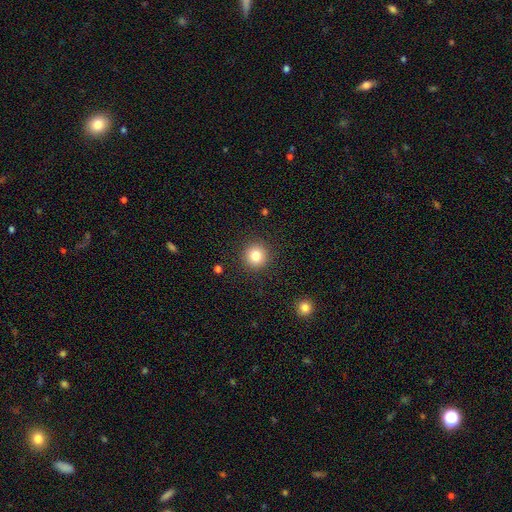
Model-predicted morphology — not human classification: Q: Smooth or featured?
A: smooth (82%); runner-up: star or artifact (11%)
Q: How rounded?
A: round (94%); runner-up: in between (5%)
Q: Merging?
A: none (91%); runner-up: minor disturbance (6%)